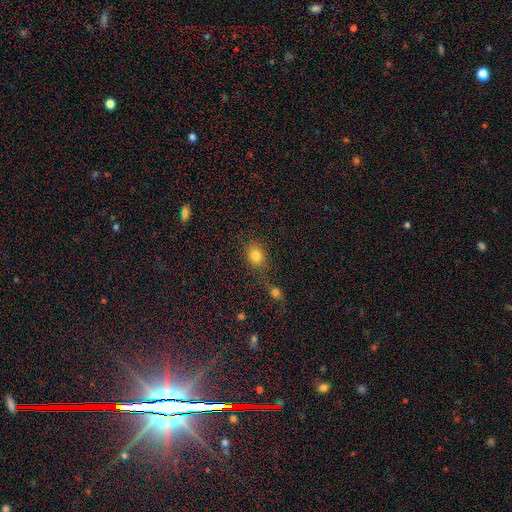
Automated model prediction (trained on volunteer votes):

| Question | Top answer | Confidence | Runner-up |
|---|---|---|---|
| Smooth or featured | smooth | 80% | star or artifact (13%) |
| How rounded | round | 59% | in between (40%) |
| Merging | none | 71% | merger (12%) |